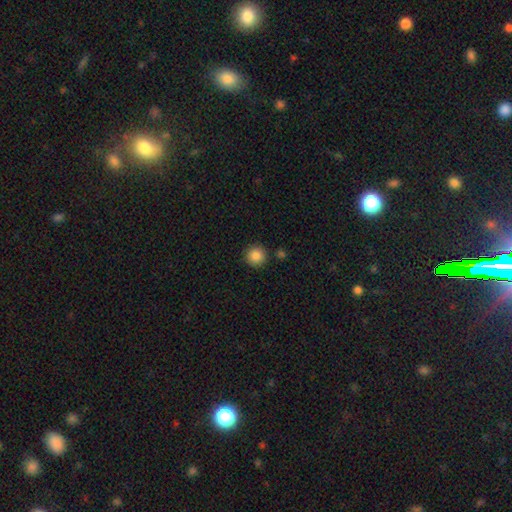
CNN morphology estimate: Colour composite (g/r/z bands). It shows a smooth galaxy with no disk features (87%) that is round (95%). Merging: none (89%).